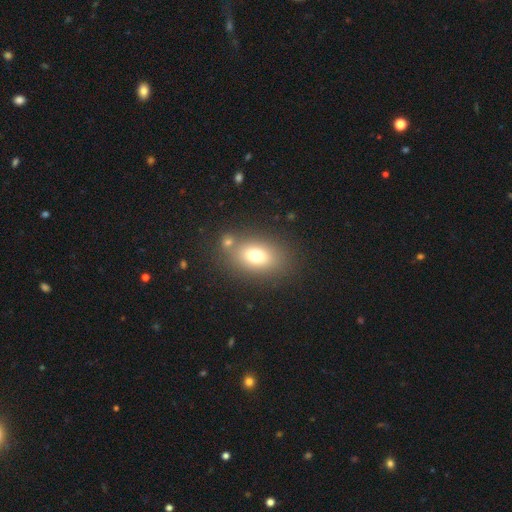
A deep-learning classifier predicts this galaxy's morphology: Smooth or featured: smooth — 73% (featured or disk — 15%)
How rounded: in between — 76% (round — 22%)
Merging: none — 69% (merger — 15%)